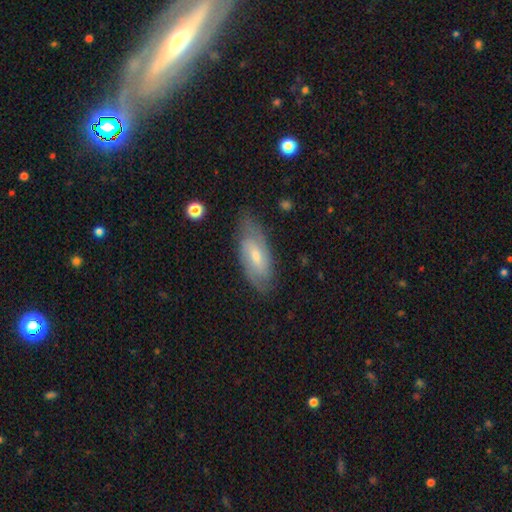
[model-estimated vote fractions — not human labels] smooth-or-featured: featured or disk: 65% | smooth: 29% | star or artifact: 6%
  disk-edge-on: no: 88% | yes: 12%
    bar: weak: 50% | no: 34% | strong: 16%
    has-spiral-arms: yes: 87% | no: 13%
      spiral-winding: tight: 44% | medium: 41% | loose: 16%
      spiral-arm-count: 2: 63% | can't tell: 25% | 3: 6% | 1: 3% | 4: 2% | more than 4: 2%
    bulge-size: small: 53% | moderate: 42% | none: 3% | large: 2% | dominant: 1%
  merging: none: 77% | minor disturbance: 18% | major disturbance: 4% | merger: 1%